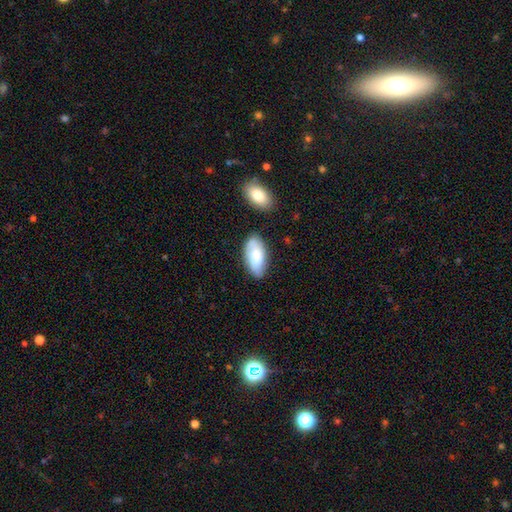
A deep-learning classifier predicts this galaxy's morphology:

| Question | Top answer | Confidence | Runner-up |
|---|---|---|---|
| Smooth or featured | smooth | 66% | featured or disk (27%) |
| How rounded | in between | 93% | cigar-shaped (5%) |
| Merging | none | 71% | minor disturbance (19%) |